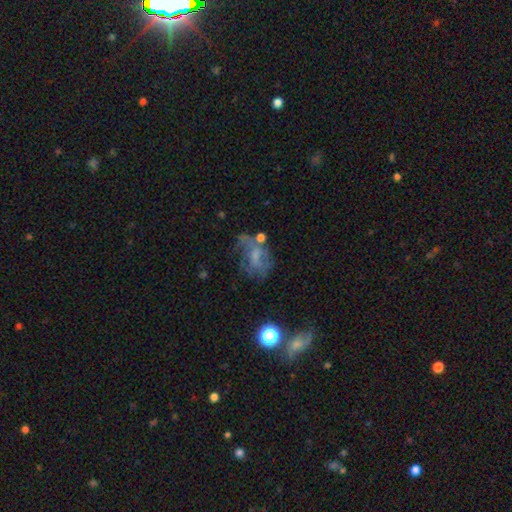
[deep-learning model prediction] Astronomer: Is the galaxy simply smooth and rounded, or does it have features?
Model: featured or disk — 52% (runner-up: smooth, 31%).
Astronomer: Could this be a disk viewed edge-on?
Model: no — 97%.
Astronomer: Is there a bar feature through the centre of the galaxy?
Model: no — 66%.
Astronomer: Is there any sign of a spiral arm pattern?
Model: no — 60% (runner-up: yes, 40%).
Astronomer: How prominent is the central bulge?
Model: none — 44% (runner-up: moderate, 25%).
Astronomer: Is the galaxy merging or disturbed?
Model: none — 37% (runner-up: major disturbance, 32%).